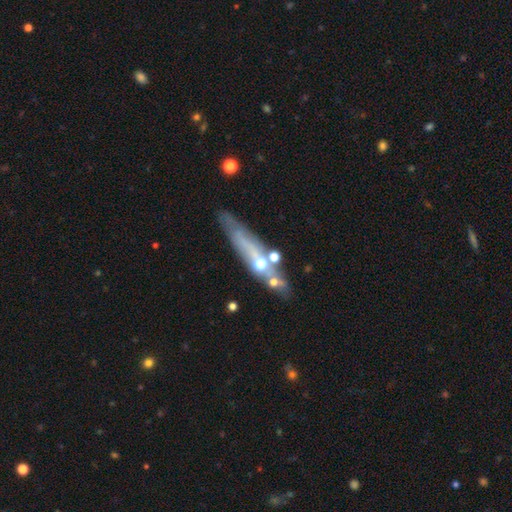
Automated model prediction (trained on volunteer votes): Morphology: type=featured or disk (51%); edge-on=yes (70%); merging=none (64%).